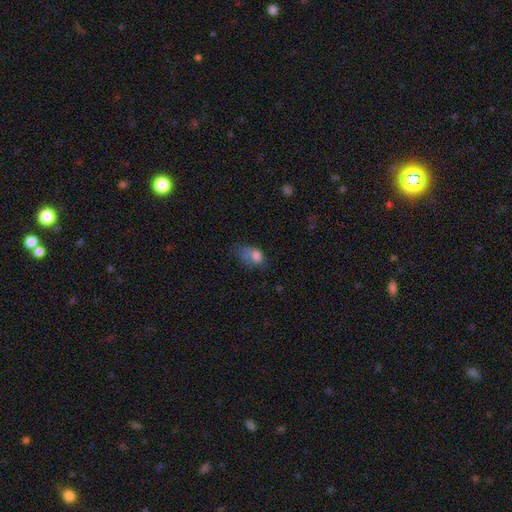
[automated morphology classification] type=smooth (74%); roundness=in between (79%); merging=major disturbance (39%).